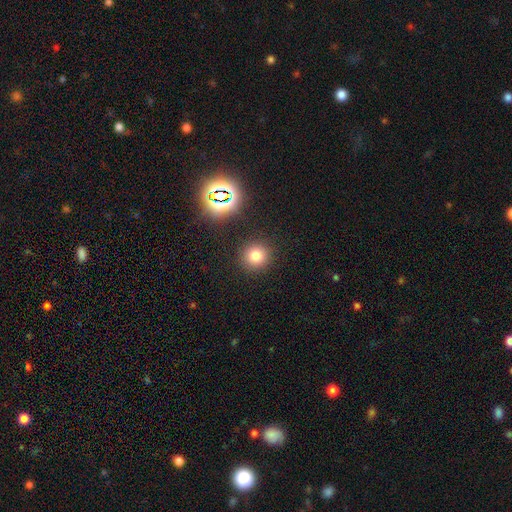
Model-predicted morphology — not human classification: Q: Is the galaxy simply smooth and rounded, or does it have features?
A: smooth — 76%.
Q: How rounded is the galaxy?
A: round — 93%.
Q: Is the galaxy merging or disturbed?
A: none — 89%.